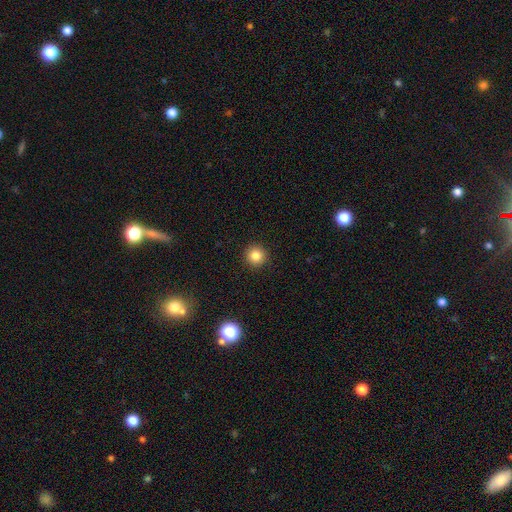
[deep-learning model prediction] This is clearly a smooth galaxy (83%). How rounded: clearly round (95%). Merging: clearly none (92%).